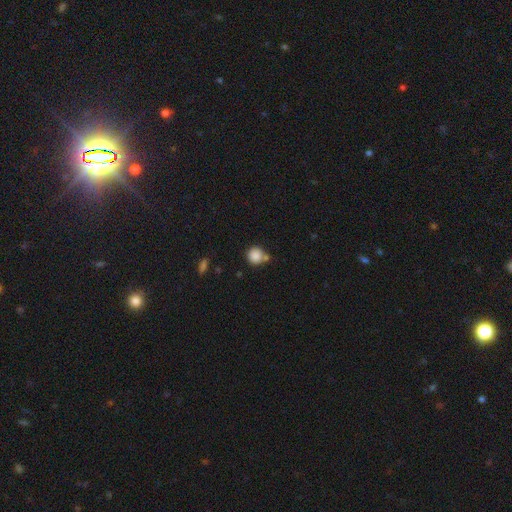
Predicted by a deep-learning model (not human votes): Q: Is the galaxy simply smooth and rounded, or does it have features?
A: smooth — 86%.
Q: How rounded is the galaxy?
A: round — 91%.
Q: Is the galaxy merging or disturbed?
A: none — 61%.